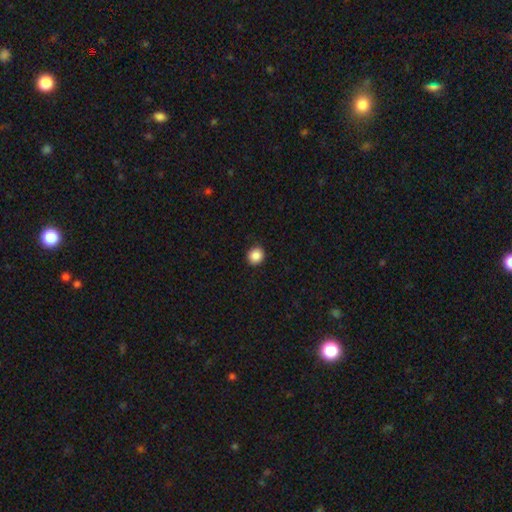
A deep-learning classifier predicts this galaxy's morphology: This appears to be a smooth galaxy with no disk features (87%) that is round (85%). Merging: none (91%).